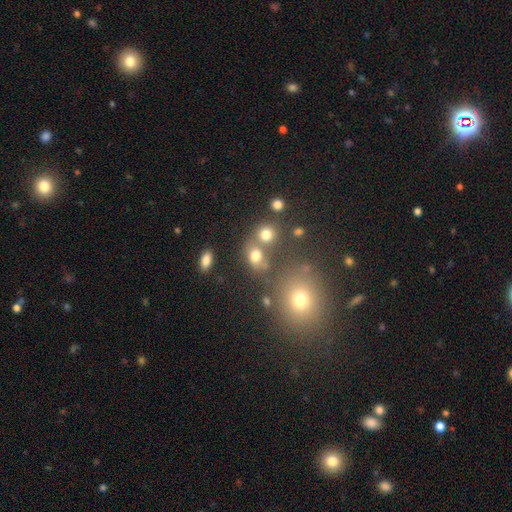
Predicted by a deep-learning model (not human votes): smooth_or_featured: smooth (p=0.73) [alt: star or artifact p=0.17]
how_rounded: round (p=0.55) [alt: in between p=0.44]
merging: none (p=0.48) [alt: merger p=0.34]